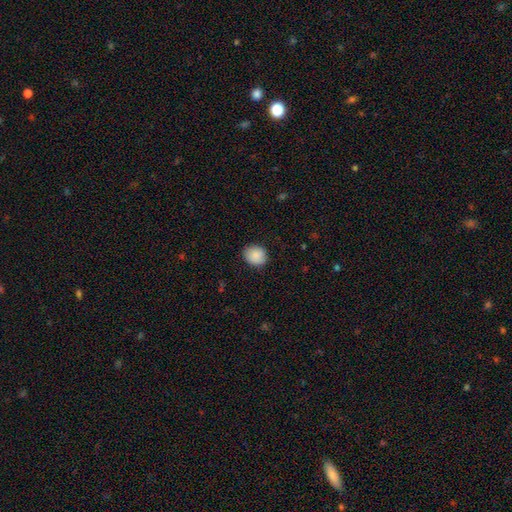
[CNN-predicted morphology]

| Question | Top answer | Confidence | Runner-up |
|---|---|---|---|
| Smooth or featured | smooth | 89% | star or artifact (7%) |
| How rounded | round | 66% | in between (33%) |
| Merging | none | 86% | minor disturbance (11%) |